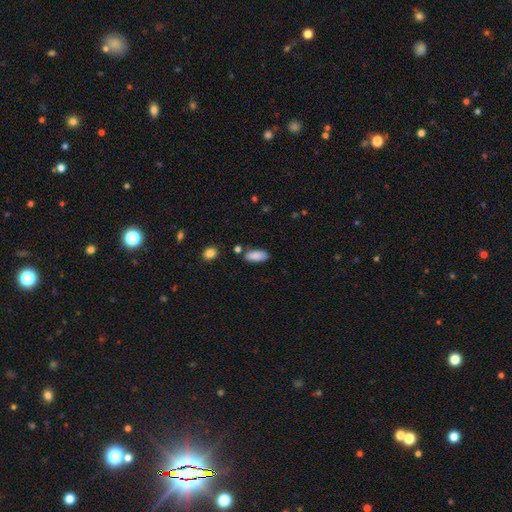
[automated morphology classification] This is clearly a smooth galaxy (88%). How rounded: clearly in between (85%). Merging: likely none (78%).